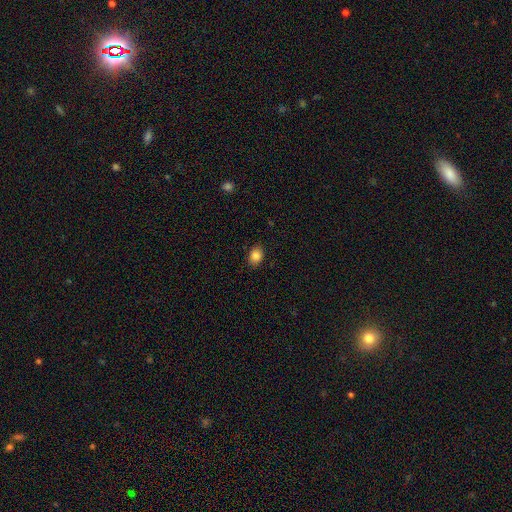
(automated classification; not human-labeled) Smooth or featured?
  - smooth: 85% *
  - star or artifact: 10%
  - featured or disk: 5%
How rounded?
  - in between: 61% *
  - round: 38%
  - cigar-shaped: 1%
Merging?
  - none: 88% *
  - minor disturbance: 9%
  - major disturbance: 2%
  - merger: 1%